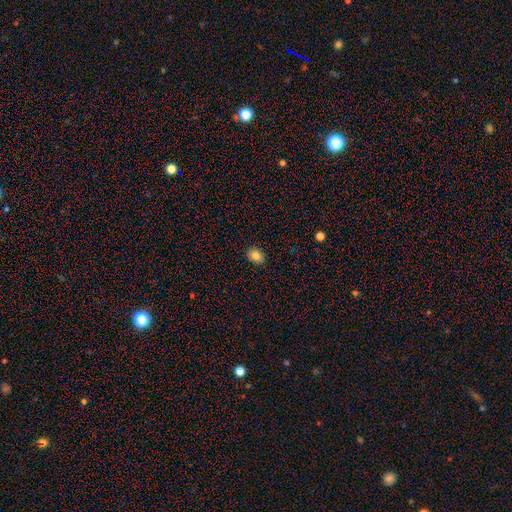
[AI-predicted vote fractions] A smooth galaxy with no disk features (83%) that is in between round and cigar-shaped (55%).

Vote fractions:
- Smooth or featured? smooth: 83% / star or artifact: 10% / featured or disk: 7%
- How rounded? in between: 55% / round: 44% / cigar-shaped: 1%
- Merging? none: 89% / minor disturbance: 8% / major disturbance: 2% / merger: 1%